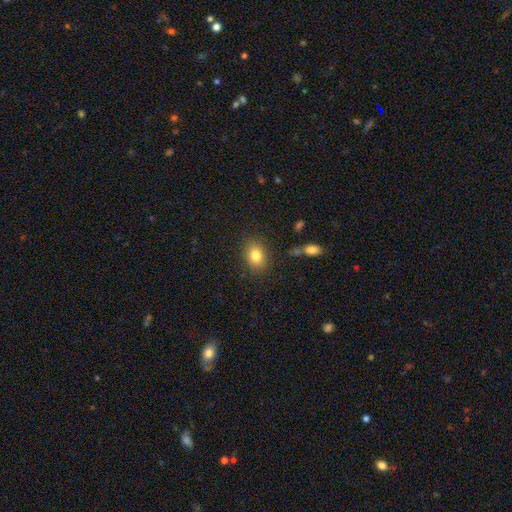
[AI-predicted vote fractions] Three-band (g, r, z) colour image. It shows a smooth galaxy with no disk features (82%) that is in between round and cigar-shaped (63%). Merging: none (84%).